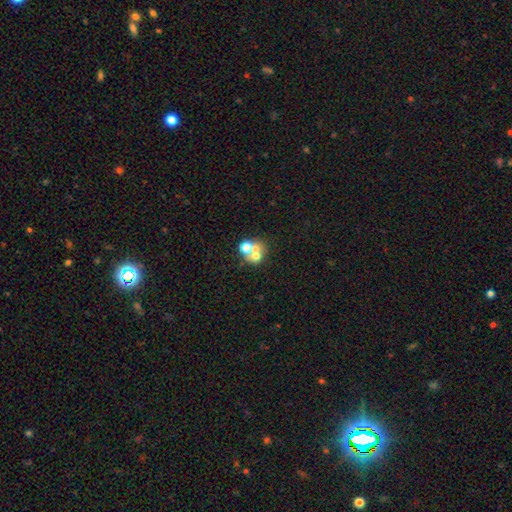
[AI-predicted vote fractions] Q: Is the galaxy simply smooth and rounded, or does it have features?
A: smooth — 54%.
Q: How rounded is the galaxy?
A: round — 74%.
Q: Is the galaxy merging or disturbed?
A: merger — 57%.